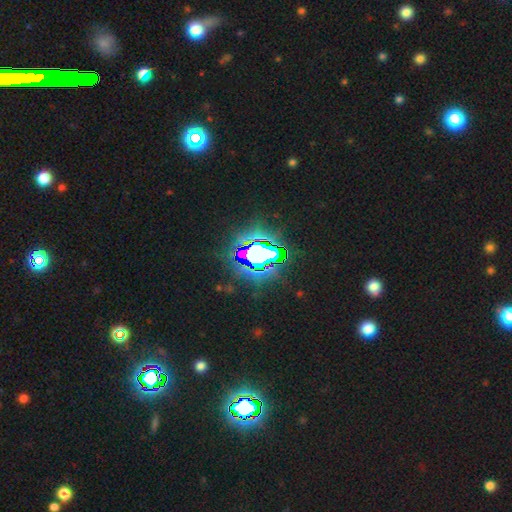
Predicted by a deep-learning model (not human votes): This appears to be a star or artifact, not a galaxy (73%).